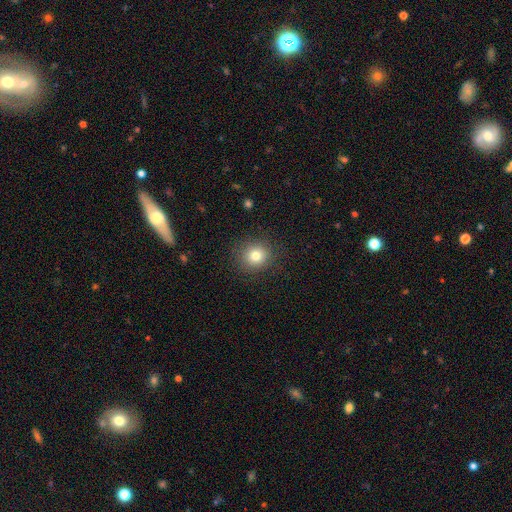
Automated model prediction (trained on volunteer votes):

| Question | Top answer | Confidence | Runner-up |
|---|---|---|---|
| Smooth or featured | smooth | 79% | star or artifact (12%) |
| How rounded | round | 88% | in between (11%) |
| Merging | none | 88% | minor disturbance (8%) |